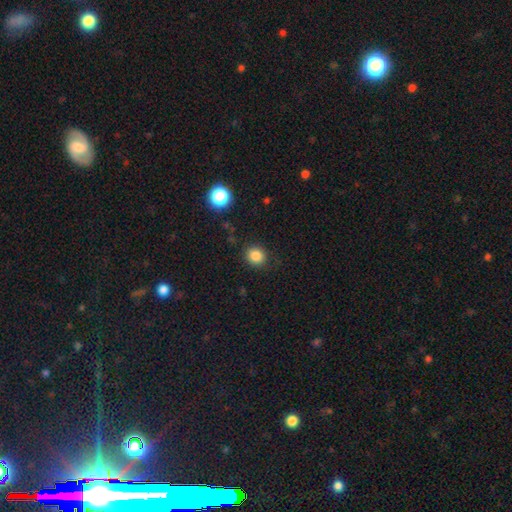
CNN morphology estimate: Q: Smooth or featured?
A: smooth (85%); runner-up: star or artifact (11%)
Q: How rounded?
A: round (84%); runner-up: in between (15%)
Q: Merging?
A: none (87%); runner-up: minor disturbance (8%)